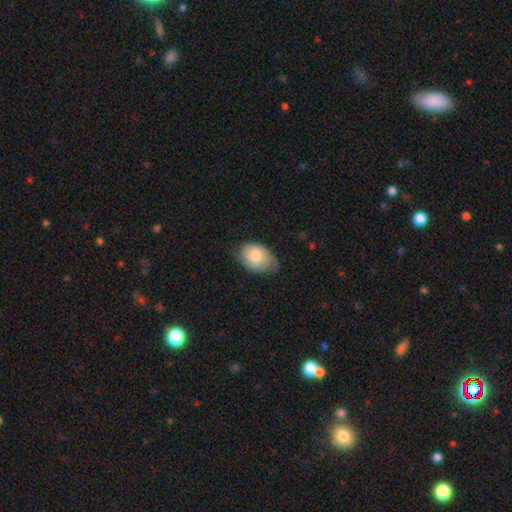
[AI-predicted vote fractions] A smooth galaxy with no disk features (74%) that is in between round and cigar-shaped (80%).

Vote fractions:
- Smooth or featured? smooth: 74% / featured or disk: 20% / star or artifact: 6%
- How rounded? in between: 80% / round: 19% / cigar-shaped: 1%
- Merging? none: 47% / minor disturbance: 41% / major disturbance: 11% / merger: 1%